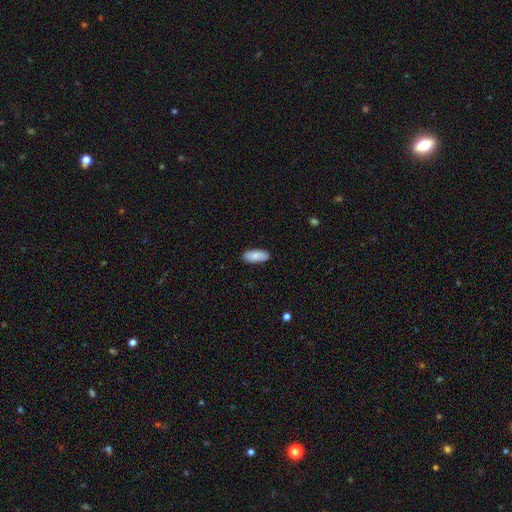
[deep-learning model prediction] Morphology: type=smooth (86%); roundness=in between (87%); merging=none (89%).